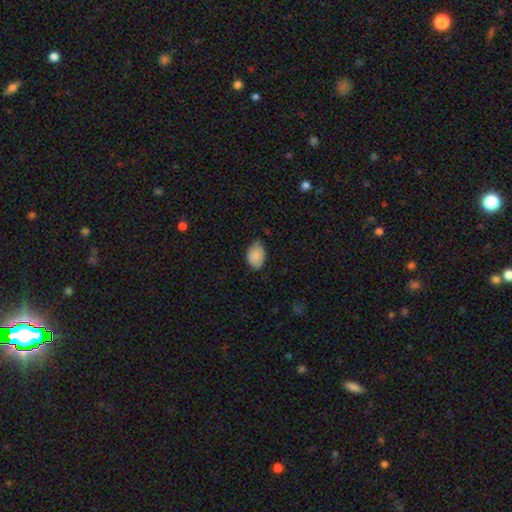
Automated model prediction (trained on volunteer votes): This appears to be a smooth galaxy with no disk features (88%) that is in between round and cigar-shaped (81%). Merging: none (63%).